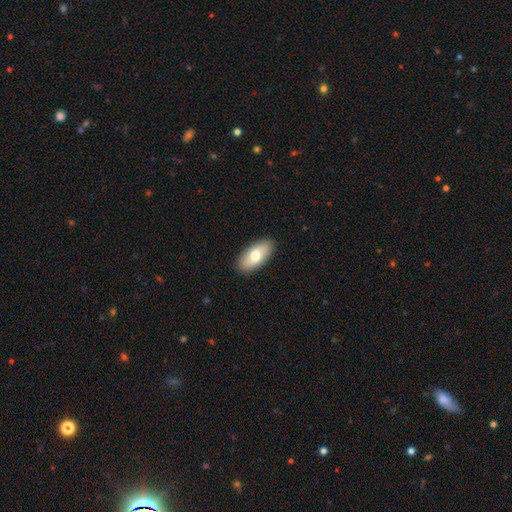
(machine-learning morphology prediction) type=smooth (70%); roundness=in between (90%); merging=none (90%).